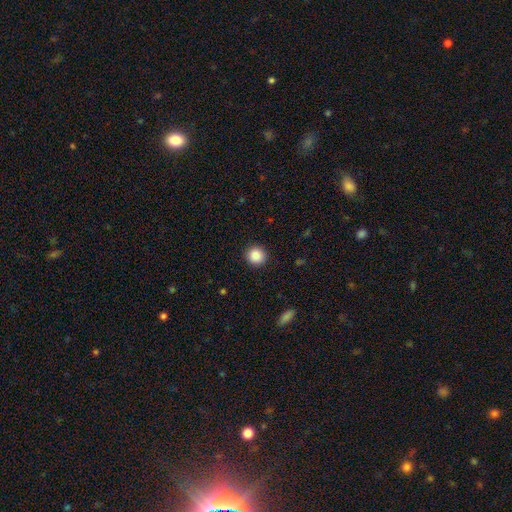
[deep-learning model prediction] A smooth galaxy with no disk features (88%) that is round (92%).

Vote fractions:
- Smooth or featured? smooth: 88% / star or artifact: 9% / featured or disk: 3%
- How rounded? round: 92% / in between: 7% / cigar-shaped: 1%
- Merging? none: 91% / minor disturbance: 6% / major disturbance: 2% / merger: 1%